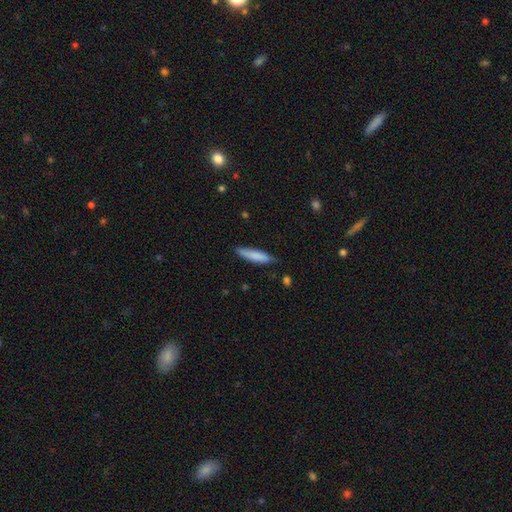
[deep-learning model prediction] smooth 82%, featured or disk 12%, star or artifact 6%. Down the decision tree: how rounded — cigar-shaped (76%); merging — none (77%).